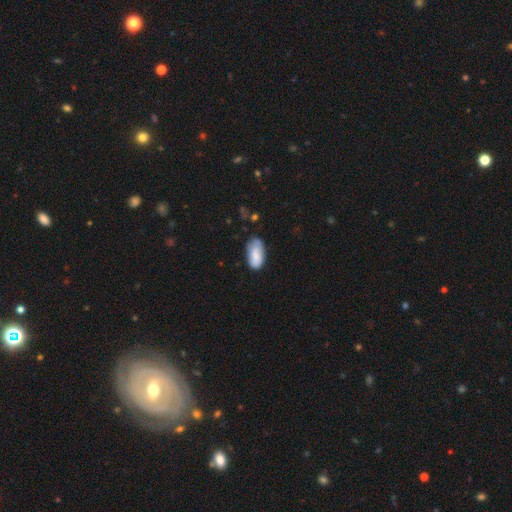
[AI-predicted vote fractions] Smooth or featured?
  - smooth: 83% *
  - featured or disk: 11%
  - star or artifact: 7%
How rounded?
  - in between: 94% *
  - cigar-shaped: 4%
  - round: 2%
Merging?
  - none: 57% *
  - minor disturbance: 32%
  - major disturbance: 8%
  - merger: 3%